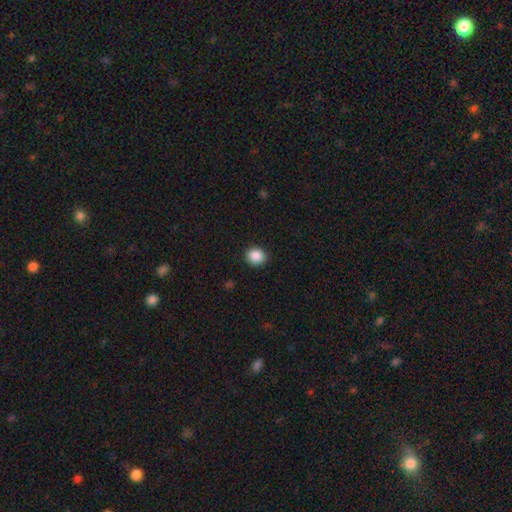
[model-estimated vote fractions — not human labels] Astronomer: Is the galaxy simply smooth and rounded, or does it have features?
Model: smooth — 88%.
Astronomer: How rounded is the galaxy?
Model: round — 78%.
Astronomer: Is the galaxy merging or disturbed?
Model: none — 91%.